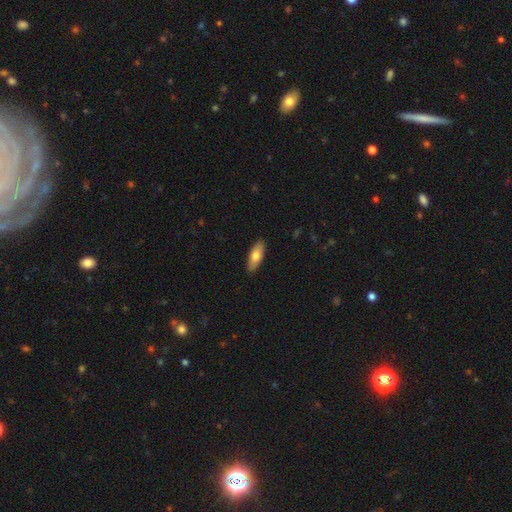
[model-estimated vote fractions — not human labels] The model was most divided on "how rounded": in between: 72%, cigar-shaped: 25%, round: 2%. More confident: merging — none (89%); smooth or featured — smooth (73%).